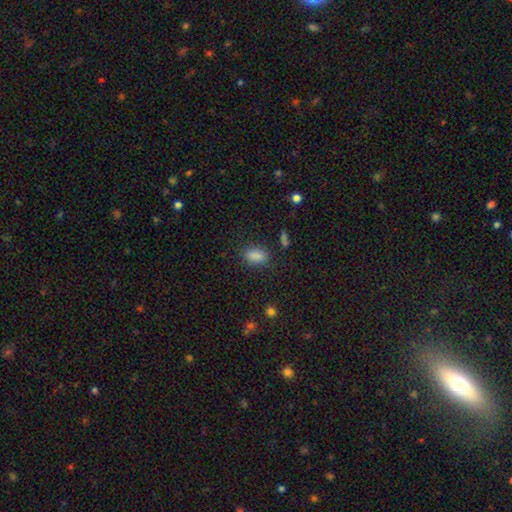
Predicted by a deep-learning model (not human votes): Smooth or featured? Predicted: smooth (p=0.85). How rounded? Predicted: in between (p=0.86). Merging? Predicted: none (p=0.80).